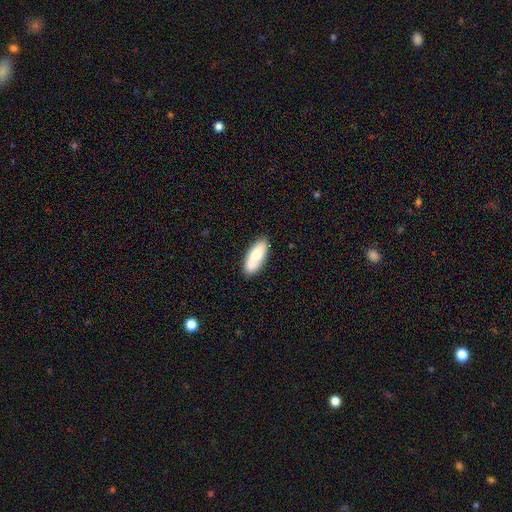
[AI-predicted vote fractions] This is likely a smooth galaxy (78%). How rounded: clearly in between (80%). Merging: clearly none (82%).